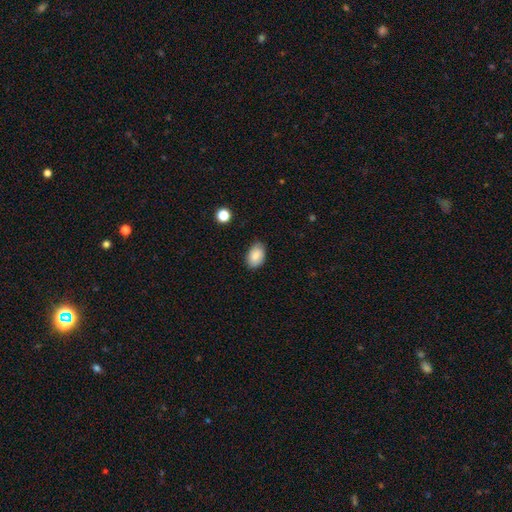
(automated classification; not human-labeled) Smooth or featured: smooth — 80% (featured or disk — 12%)
How rounded: in between — 86% (round — 13%)
Merging: none — 79% (minor disturbance — 17%)